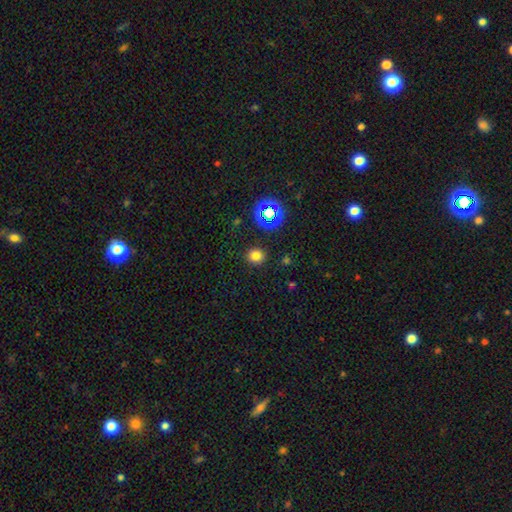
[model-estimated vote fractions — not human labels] smooth 75%, star or artifact 19%, featured or disk 6%. Down the decision tree: how rounded — round (85%); merging — none (90%).